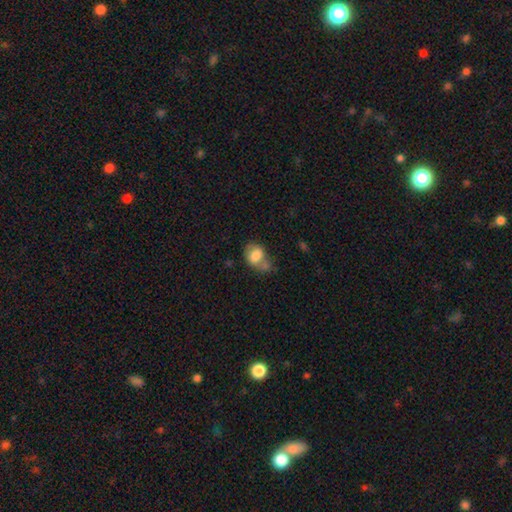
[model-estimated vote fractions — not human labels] This appears to be a smooth galaxy with no disk features (74%) that is in between round and cigar-shaped (65%). Merging: none (35%).